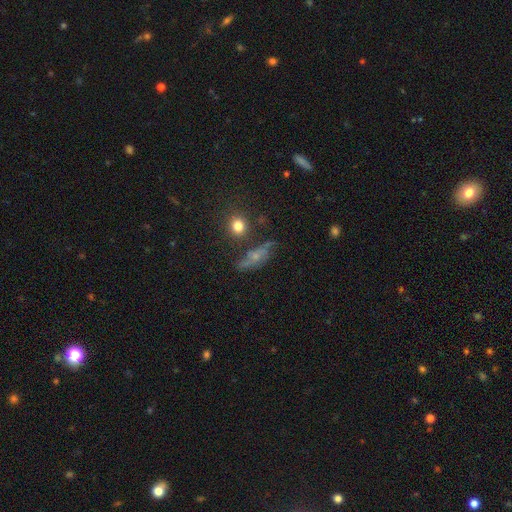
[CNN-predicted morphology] featured or disk 46%, smooth 36%, star or artifact 17%. Down the decision tree: merging — none (57%).